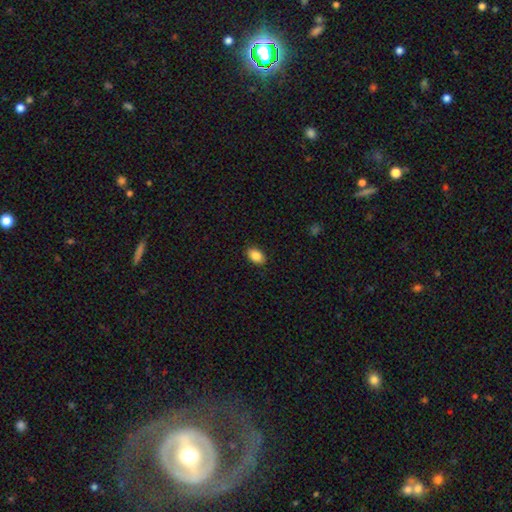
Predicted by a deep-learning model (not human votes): smooth-or-featured: smooth: 88% | star or artifact: 8% | featured or disk: 4%
  how-rounded: in between: 87% | round: 11% | cigar-shaped: 1%
  merging: none: 89% | minor disturbance: 8% | major disturbance: 2% | merger: 1%